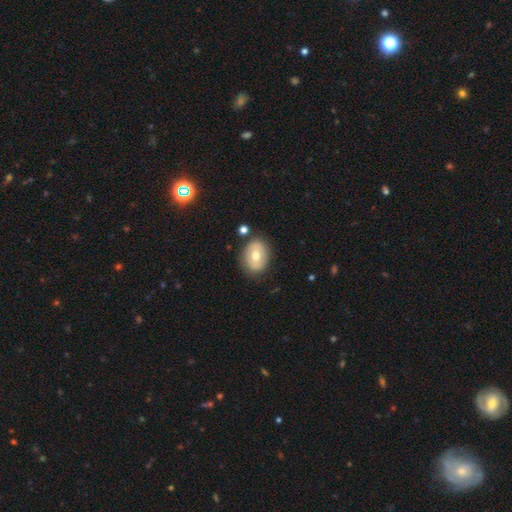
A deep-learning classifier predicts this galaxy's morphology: smooth-or-featured: smooth: 57% | featured or disk: 35% | star or artifact: 7%
  how-rounded: in between: 62% | round: 37% | cigar-shaped: 1%
  merging: none: 81% | minor disturbance: 12% | major disturbance: 3% | merger: 3%